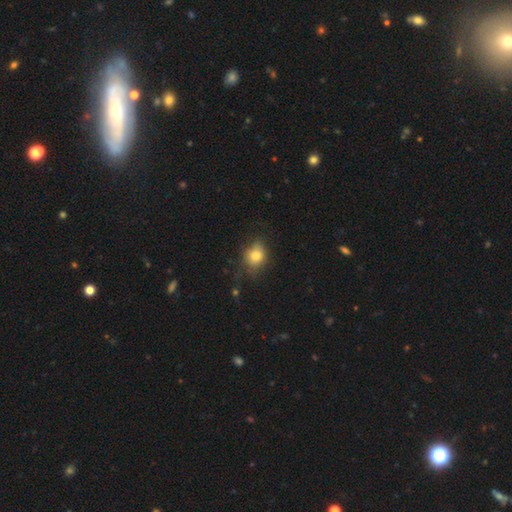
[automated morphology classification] Overall: smooth (78%). How rounded: round (54%; in between 45%). Merging: none (62%; minor disturbance 27%).